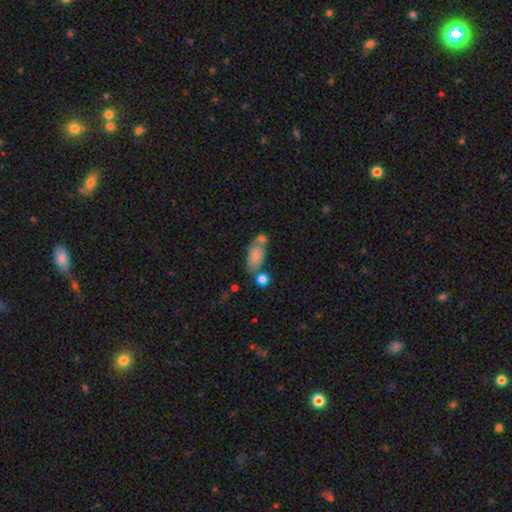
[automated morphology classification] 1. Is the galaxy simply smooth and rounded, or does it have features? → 75% smooth, 17% featured or disk, 8% star or artifact.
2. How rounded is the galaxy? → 85% in between, 11% cigar-shaped, 5% round.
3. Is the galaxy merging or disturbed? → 50% none, 24% merger, 18% minor disturbance, 7% major disturbance.